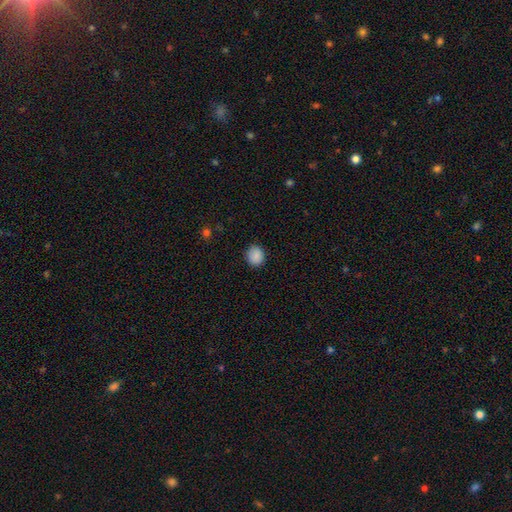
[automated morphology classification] smooth-or-featured: smooth: 88% | star or artifact: 9% | featured or disk: 3%
  how-rounded: round: 75% | in between: 24% | cigar-shaped: 1%
  merging: none: 86% | minor disturbance: 10% | major disturbance: 2% | merger: 1%